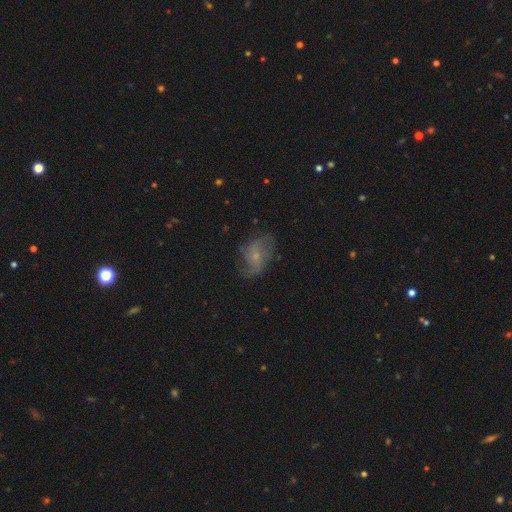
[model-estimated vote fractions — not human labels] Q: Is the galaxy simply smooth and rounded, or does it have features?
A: featured or disk — 60%.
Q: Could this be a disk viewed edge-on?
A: no — 96%.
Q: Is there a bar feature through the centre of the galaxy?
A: no — 66%.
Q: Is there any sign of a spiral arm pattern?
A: yes — 81%.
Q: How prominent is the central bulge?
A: small — 70%.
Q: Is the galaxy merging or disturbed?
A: none — 58%.